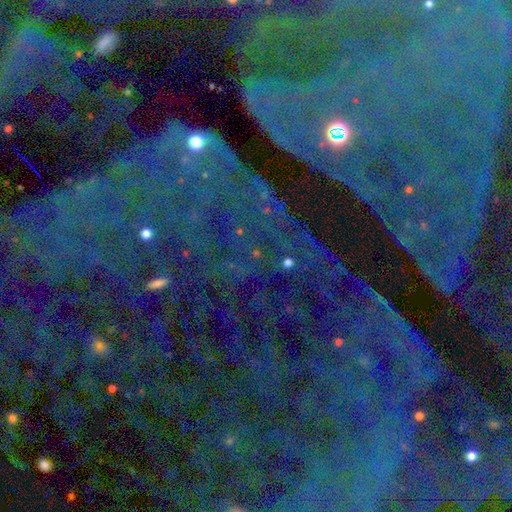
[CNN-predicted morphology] A star or artifact, not a galaxy (85%).

Vote fractions:
- Smooth or featured? star or artifact: 85% / featured or disk: 8% / smooth: 7%